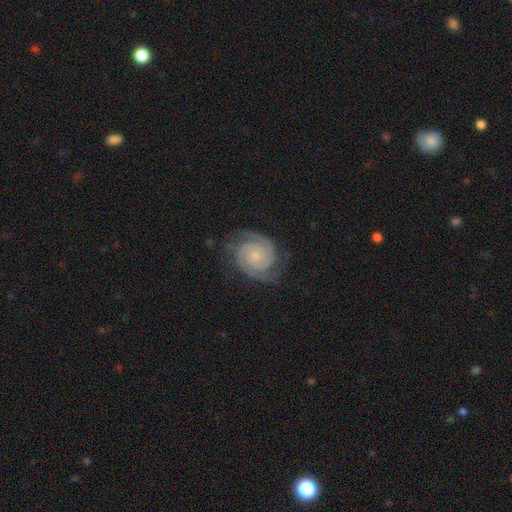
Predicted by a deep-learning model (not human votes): Smooth or featured?
  - featured or disk: 92% *
  - star or artifact: 4%
  - smooth: 3%
Edge-on disk?
  - no: 98% *
  - yes: 2%
Bar?
  - no: 75% *
  - weak: 18%
  - strong: 6%
Spiral arms?
  - yes: 99% *
  - no: 1%
Spiral winding?
  - tight: 79% *
  - medium: 19%
  - loose: 2%
Spiral arm count?
  - 2: 88% *
  - 3: 5%
  - can't tell: 2%
  - 4: 1%
  - 1: 1%
  - more than 4: 1%
Bulge size?
  - small: 73% *
  - moderate: 20%
  - none: 5%
  - large: 1%
  - dominant: 1%
Merging?
  - none: 81% *
  - minor disturbance: 14%
  - major disturbance: 4%
  - merger: 1%